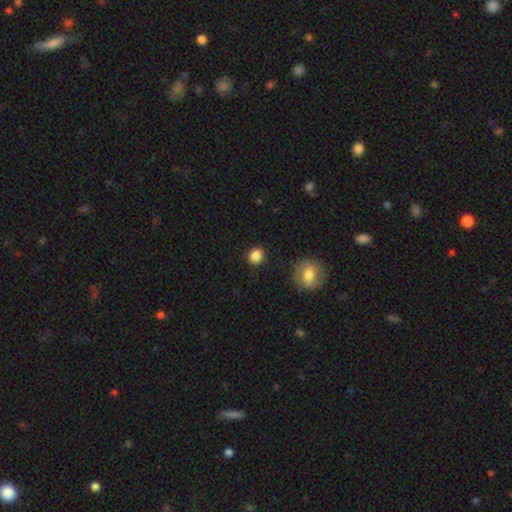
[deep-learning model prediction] Morphology: type=smooth (86%); roundness=round (75%); merging=none (88%).